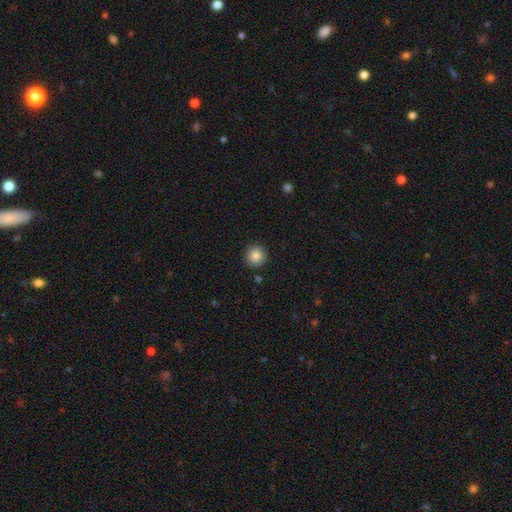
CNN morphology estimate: type=smooth (86%); roundness=round (95%); merging=none (92%).